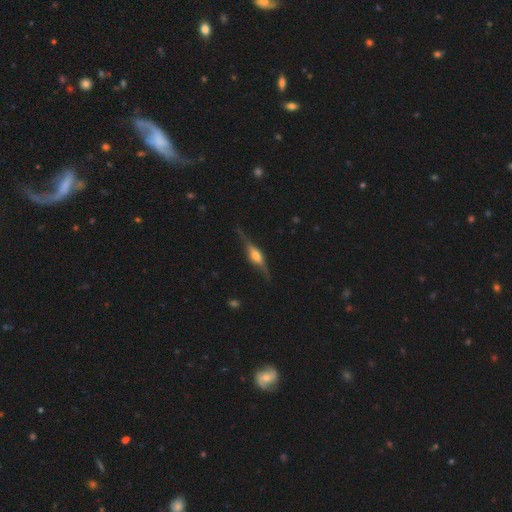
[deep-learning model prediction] Smooth or featured? featured or disk (76%)
Edge-on disk? yes (95%)
Edge-on bulge? rounded (78%)
Merging? none (80%)